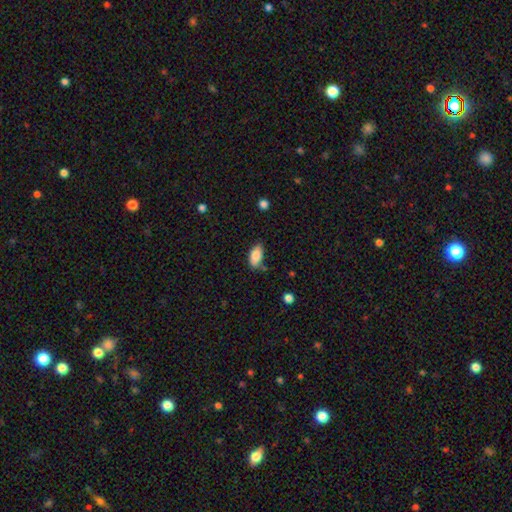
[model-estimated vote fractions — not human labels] Smooth or featured?
  - smooth: 85% *
  - featured or disk: 8%
  - star or artifact: 7%
How rounded?
  - in between: 91% *
  - cigar-shaped: 6%
  - round: 3%
Merging?
  - none: 70% *
  - minor disturbance: 22%
  - merger: 5%
  - major disturbance: 4%